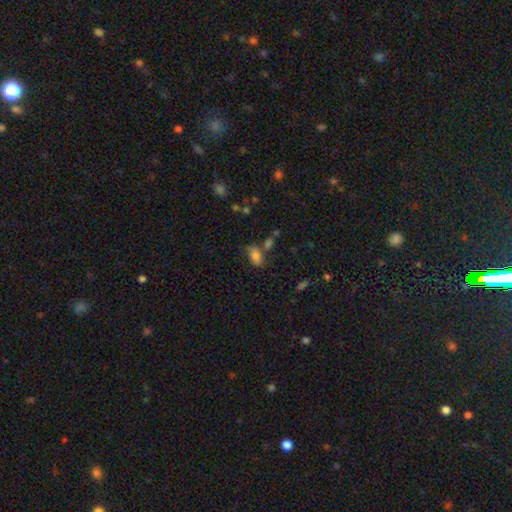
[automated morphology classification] Smooth or featured? Predicted: smooth (p=0.73). How rounded? Predicted: in between (p=0.88). Merging? Predicted: none (p=0.49).